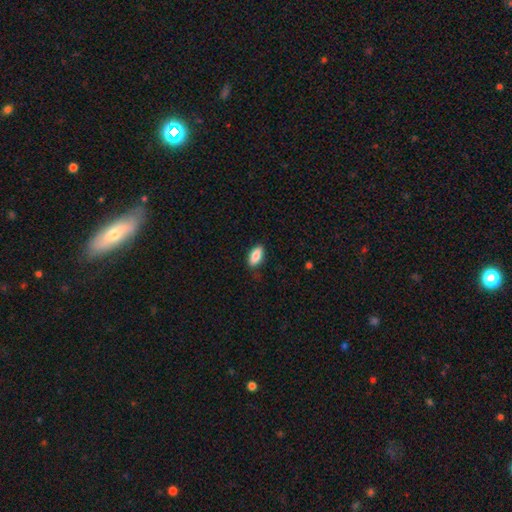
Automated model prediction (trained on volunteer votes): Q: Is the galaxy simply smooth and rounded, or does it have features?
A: smooth — 87%.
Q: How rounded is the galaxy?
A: in between — 89%.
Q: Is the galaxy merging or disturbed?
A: none — 83%.